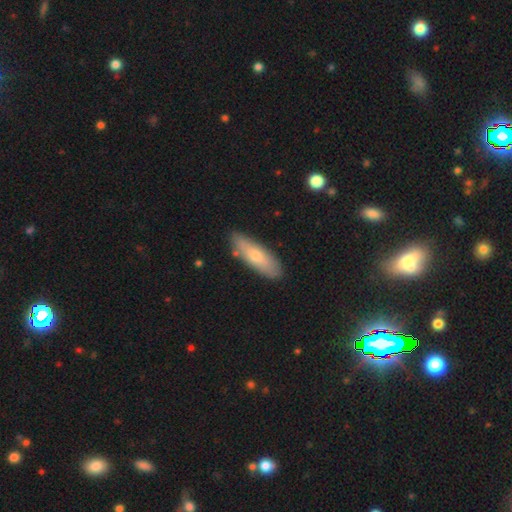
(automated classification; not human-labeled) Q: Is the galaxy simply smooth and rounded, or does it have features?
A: smooth — 67%.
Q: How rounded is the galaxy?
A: in between — 51%.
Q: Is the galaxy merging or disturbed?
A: none — 83%.